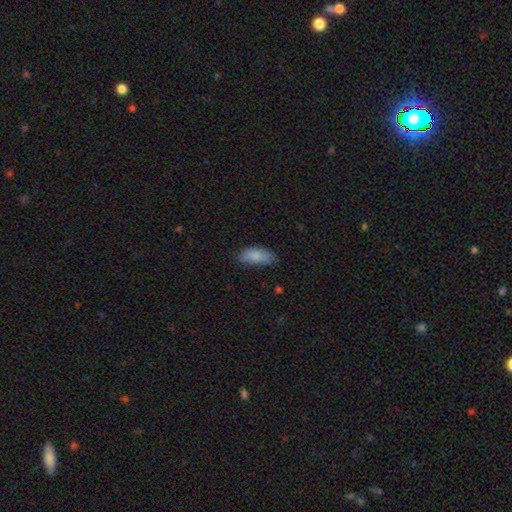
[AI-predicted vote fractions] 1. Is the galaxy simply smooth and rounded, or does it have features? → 84% smooth, 9% featured or disk, 6% star or artifact.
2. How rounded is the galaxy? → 86% in between, 12% cigar-shaped, 2% round.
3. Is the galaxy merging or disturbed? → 71% none, 23% minor disturbance, 4% major disturbance, 1% merger.